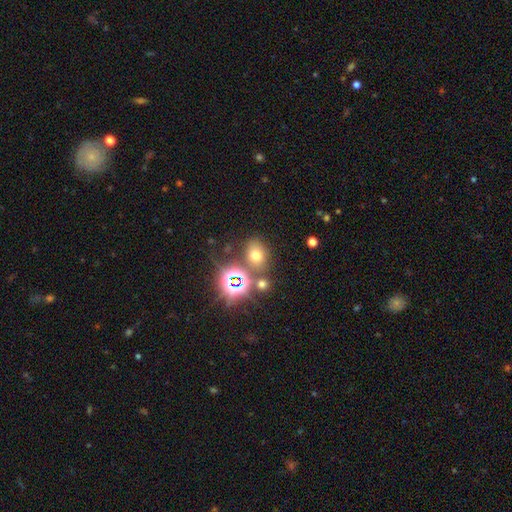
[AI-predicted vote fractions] Smooth or featured? Predicted: smooth (p=0.57). How rounded? Predicted: in between (p=0.52). Merging? Predicted: none (p=0.73).